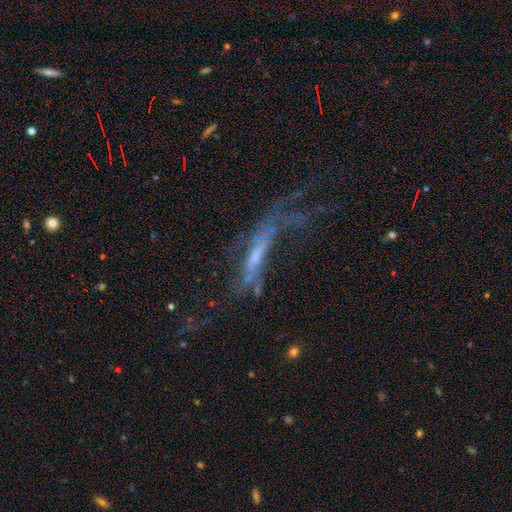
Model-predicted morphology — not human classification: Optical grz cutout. It shows a featured or disk galaxy (63%). Merging: major disturbance (44%).